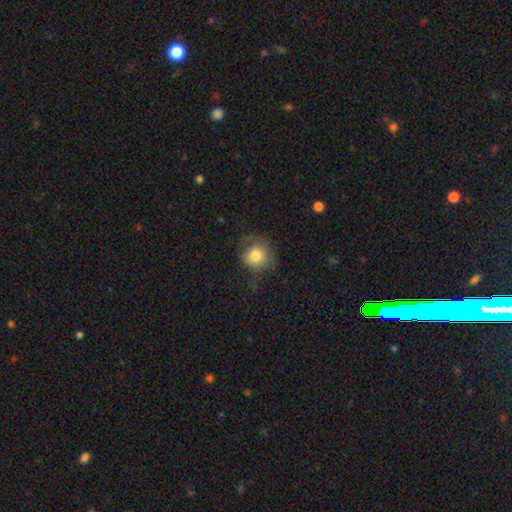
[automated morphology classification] Smooth or featured: smooth — 76% (featured or disk — 15%)
How rounded: round — 85% (in between — 14%)
Merging: none — 57% (minor disturbance — 24%)